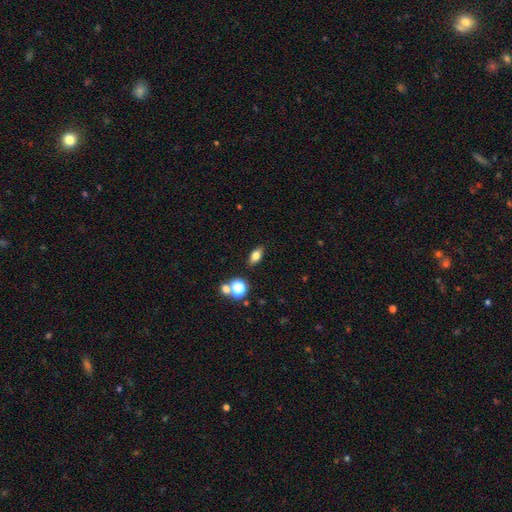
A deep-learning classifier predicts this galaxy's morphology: Overall: smooth (71%). How rounded: in between (76%). Merging: none (84%).